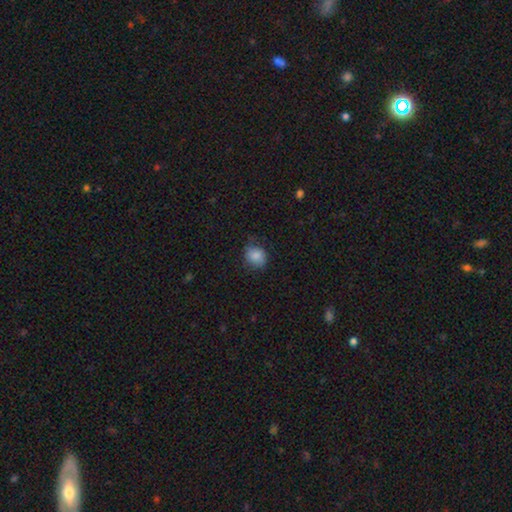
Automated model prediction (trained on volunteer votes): A smooth galaxy with no disk features (85%) that is round (68%). Merging: none (72%).